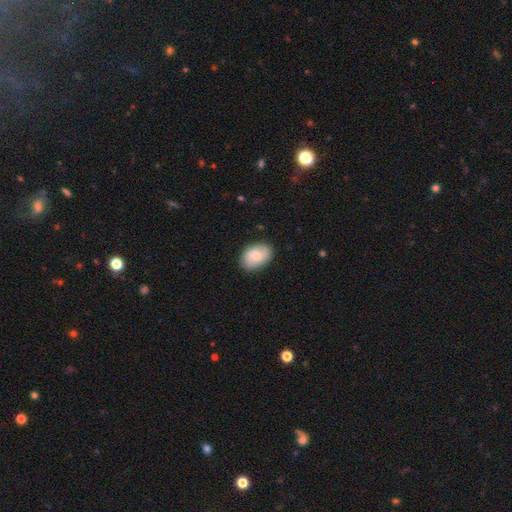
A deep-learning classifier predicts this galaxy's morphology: smooth_or_featured: smooth (p=0.71) [alt: featured or disk p=0.23]
how_rounded: in between (p=0.84) [alt: round p=0.15]
merging: none (p=0.83) [alt: minor disturbance p=0.13]